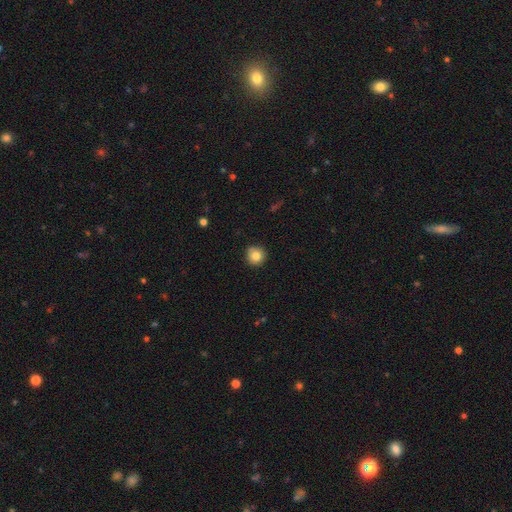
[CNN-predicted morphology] Smooth or featured?
  - smooth: 83% *
  - star or artifact: 10%
  - featured or disk: 8%
How rounded?
  - round: 94% *
  - in between: 5%
  - cigar-shaped: 1%
Merging?
  - none: 88% *
  - minor disturbance: 9%
  - major disturbance: 2%
  - merger: 1%